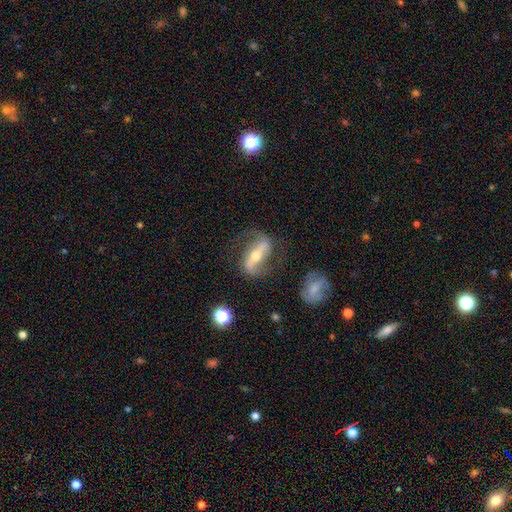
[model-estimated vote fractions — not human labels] smooth_or_featured: featured or disk (p=0.83) [alt: smooth p=0.11]
disk_edge_on: no (p=0.87) [alt: yes p=0.13]
bar: strong (p=0.73) [alt: weak p=0.17]
has_spiral_arms: yes (p=0.91) [alt: no p=0.09]
spiral_winding: loose (p=0.48) [alt: medium p=0.37]
spiral_arm_count: 2 (p=0.90) [alt: can't tell p=0.04]
bulge_size: moderate (p=0.51) [alt: small p=0.44]
merging: none (p=0.71) [alt: minor disturbance p=0.16]